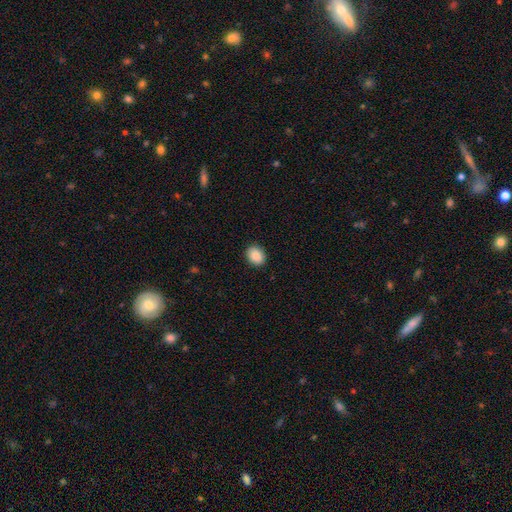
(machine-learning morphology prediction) A smooth galaxy with no disk features (89%) that is in between round and cigar-shaped (53%).

Vote fractions:
- Smooth or featured? smooth: 89% / star or artifact: 7% / featured or disk: 4%
- How rounded? in between: 53% / round: 46% / cigar-shaped: 1%
- Merging? none: 90% / minor disturbance: 7% / major disturbance: 2% / merger: 1%